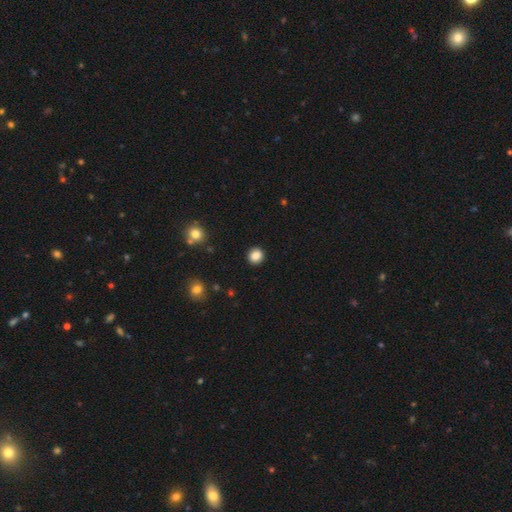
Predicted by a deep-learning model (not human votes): The model was most divided on "smooth or featured": smooth: 87%, star or artifact: 10%, featured or disk: 4%. More confident: merging — none (92%); how rounded — round (89%).